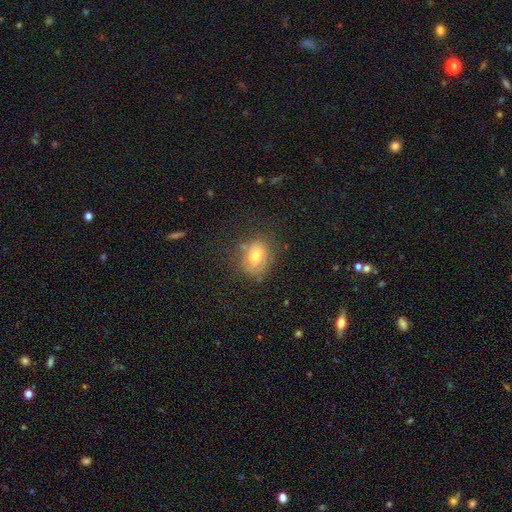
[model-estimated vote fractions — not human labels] smooth_or_featured: smooth (p=0.67) [alt: featured or disk p=0.21]
how_rounded: round (p=0.56) [alt: in between p=0.43]
merging: none (p=0.65) [alt: minor disturbance p=0.22]